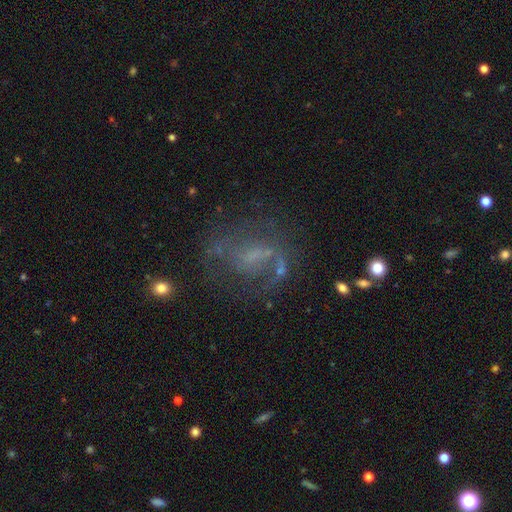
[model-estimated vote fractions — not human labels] Q: Smooth or featured?
A: featured or disk (63%); runner-up: star or artifact (19%)
Q: Edge-on disk?
A: no (96%); runner-up: yes (4%)
Q: Bar?
A: no (44%); runner-up: weak (41%)
Q: Spiral arms?
A: yes (67%); runner-up: no (33%)
Q: Bulge size?
A: none (42%); runner-up: small (38%)
Q: Merging?
A: none (55%); runner-up: major disturbance (23%)